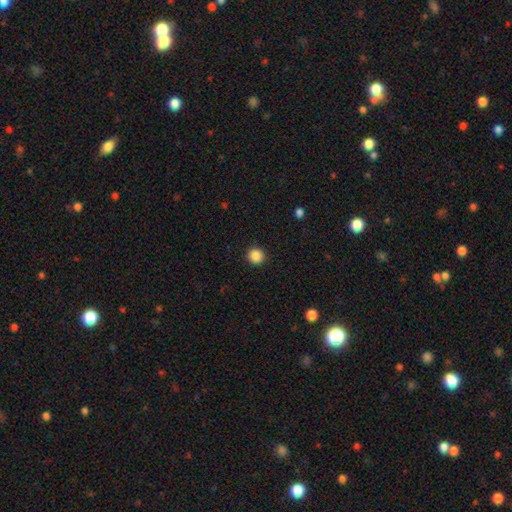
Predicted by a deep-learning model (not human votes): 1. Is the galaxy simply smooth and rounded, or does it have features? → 87% smooth, 10% star or artifact, 3% featured or disk.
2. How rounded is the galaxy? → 95% round, 4% in between, 1% cigar-shaped.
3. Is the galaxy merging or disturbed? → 93% none, 5% minor disturbance, 2% major disturbance, 1% merger.